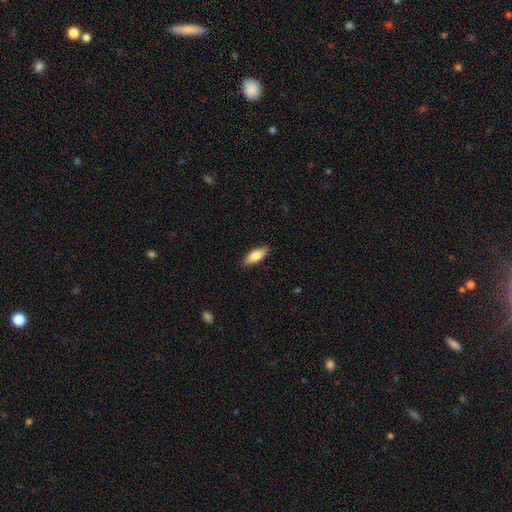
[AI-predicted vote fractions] Smooth or featured: smooth — 78% (featured or disk — 16%)
How rounded: in between — 78% (cigar-shaped — 19%)
Merging: none — 87% (minor disturbance — 10%)